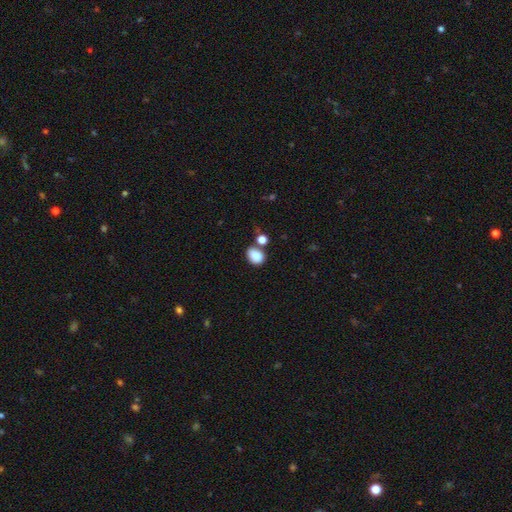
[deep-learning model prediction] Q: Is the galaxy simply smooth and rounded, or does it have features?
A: smooth — 86%.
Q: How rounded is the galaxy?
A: in between — 67%.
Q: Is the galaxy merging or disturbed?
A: none — 61%.